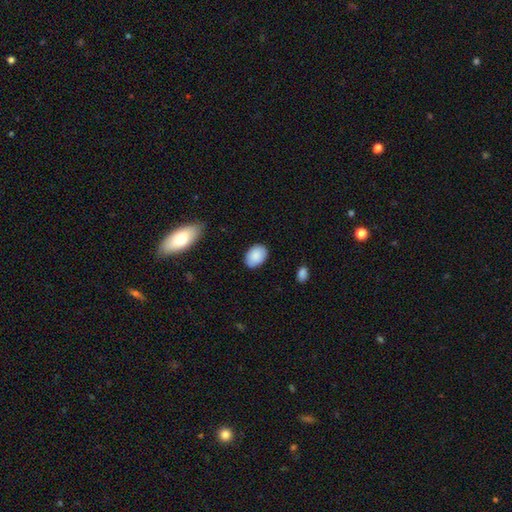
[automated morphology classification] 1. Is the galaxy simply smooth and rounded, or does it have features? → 88% smooth, 7% star or artifact, 5% featured or disk.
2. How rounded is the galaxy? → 85% in between, 14% round, 1% cigar-shaped.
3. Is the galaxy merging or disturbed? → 82% none, 14% minor disturbance, 2% major disturbance, 1% merger.